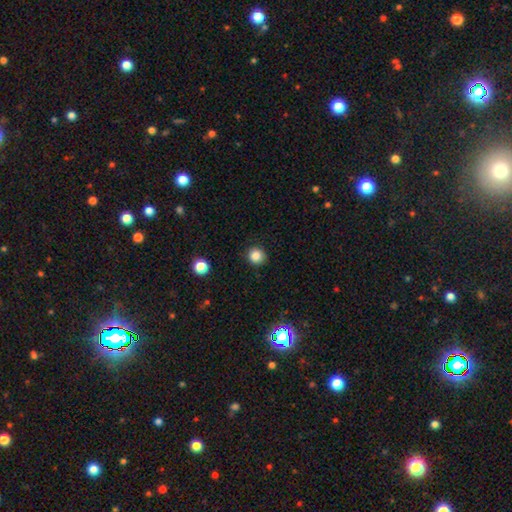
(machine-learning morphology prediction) Overall: smooth (84%). How rounded: round (91%). Merging: none (91%).